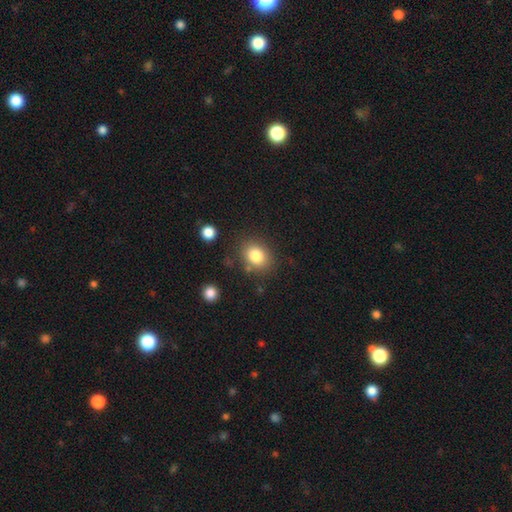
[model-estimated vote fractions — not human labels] Smooth or featured: smooth — 83% (star or artifact — 10%)
How rounded: round — 54% (in between — 45%)
Merging: none — 78% (minor disturbance — 12%)